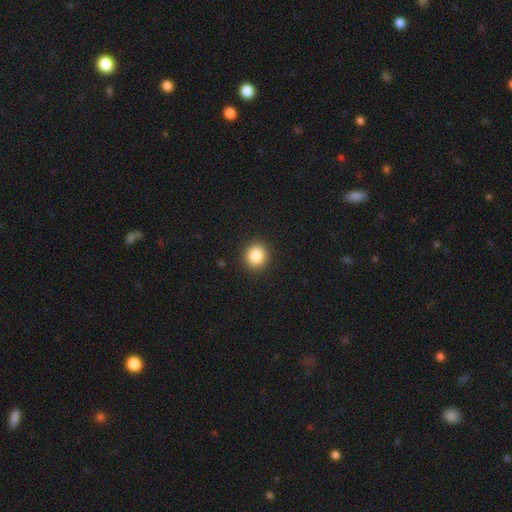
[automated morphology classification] smooth-or-featured: smooth: 86% | star or artifact: 10% | featured or disk: 5%
  how-rounded: round: 89% | in between: 10% | cigar-shaped: 1%
  merging: none: 92% | minor disturbance: 5% | major disturbance: 2% | merger: 1%